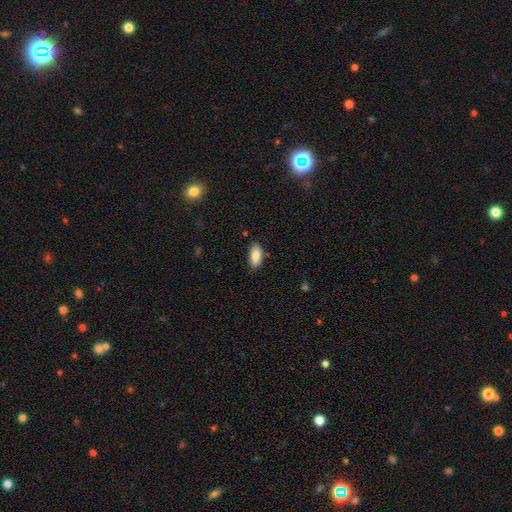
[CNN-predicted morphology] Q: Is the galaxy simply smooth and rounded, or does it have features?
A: smooth — 89%.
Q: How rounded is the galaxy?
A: in between — 91%.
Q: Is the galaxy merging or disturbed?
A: none — 82%.